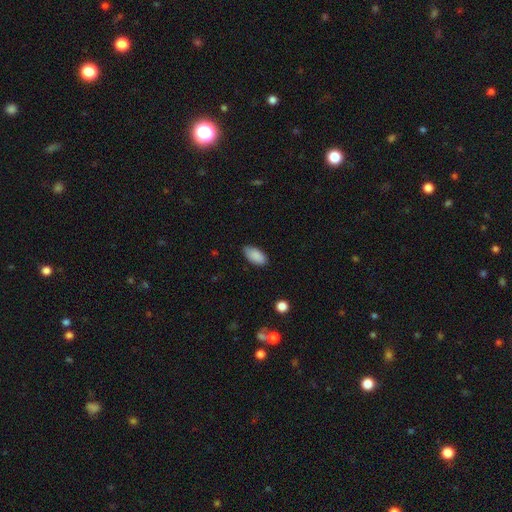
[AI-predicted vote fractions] This is clearly a smooth galaxy (89%). How rounded: clearly in between (94%). Merging: clearly none (81%).